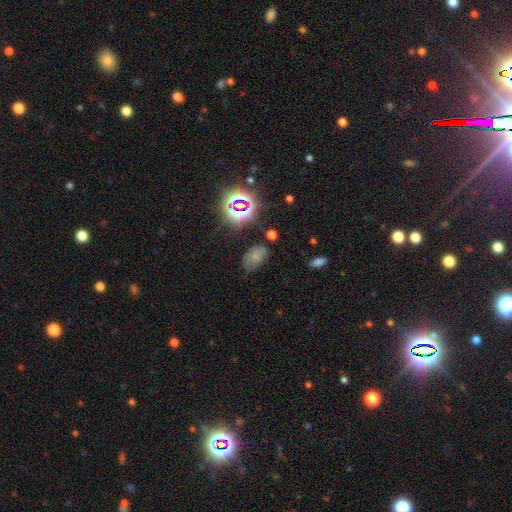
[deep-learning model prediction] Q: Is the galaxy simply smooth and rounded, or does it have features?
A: smooth — 60%.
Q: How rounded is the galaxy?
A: in between — 90%.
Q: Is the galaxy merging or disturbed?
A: none — 65%.